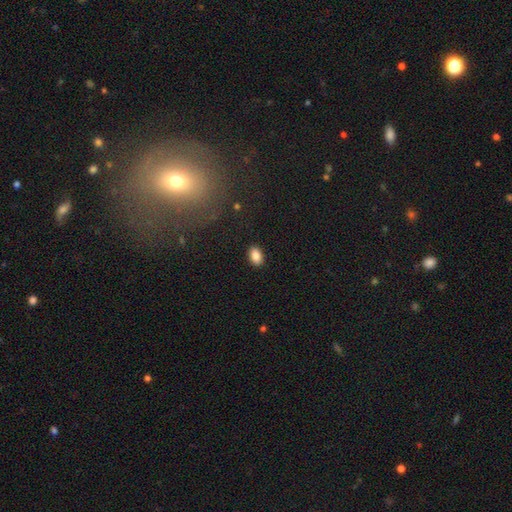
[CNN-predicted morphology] Smooth or featured? smooth (88%)
How rounded? in between (89%)
Merging? none (88%)